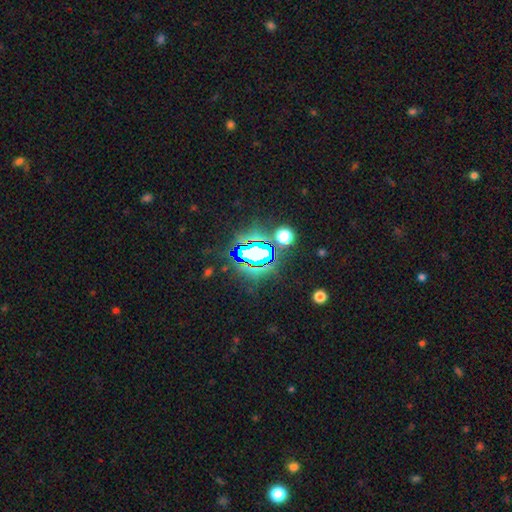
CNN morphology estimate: Smooth or featured?
  - star or artifact: 74% *
  - smooth: 16%
  - featured or disk: 10%